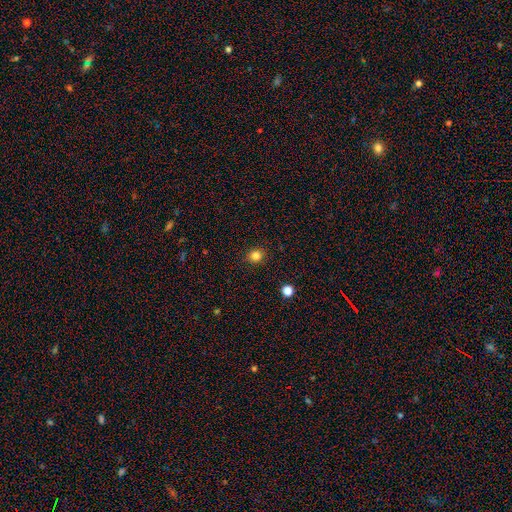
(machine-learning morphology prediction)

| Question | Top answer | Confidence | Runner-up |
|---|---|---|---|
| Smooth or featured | smooth | 83% | star or artifact (13%) |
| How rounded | round | 83% | in between (16%) |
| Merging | none | 89% | minor disturbance (8%) |